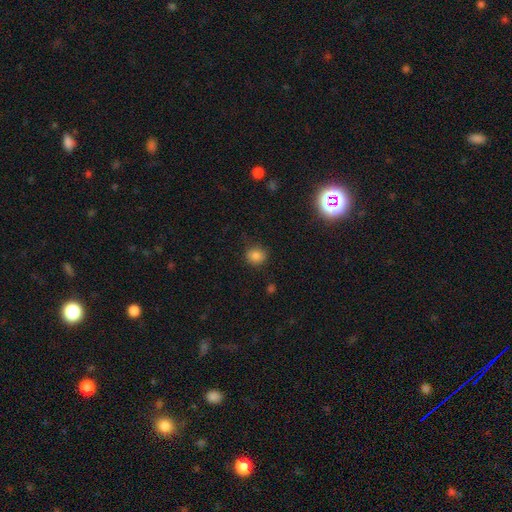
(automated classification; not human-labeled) smooth 82%, star or artifact 12%, featured or disk 5%. Down the decision tree: how rounded — round (82%); merging — none (82%).